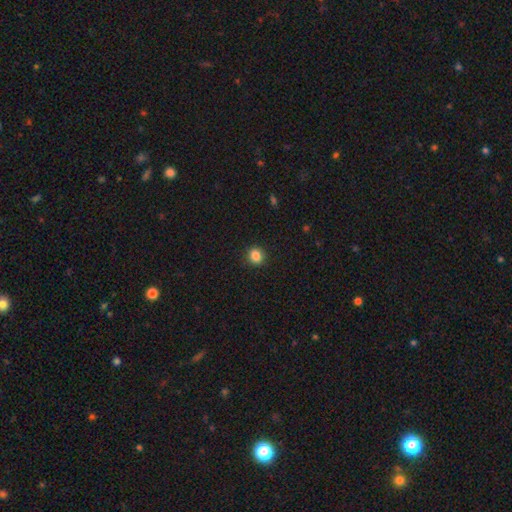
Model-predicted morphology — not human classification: A smooth galaxy with no disk features (86%) that is round (80%).

Vote fractions:
- Smooth or featured? smooth: 86% / star or artifact: 11% / featured or disk: 4%
- How rounded? round: 80% / in between: 19% / cigar-shaped: 1%
- Merging? none: 91% / minor disturbance: 6% / major disturbance: 2% / merger: 1%